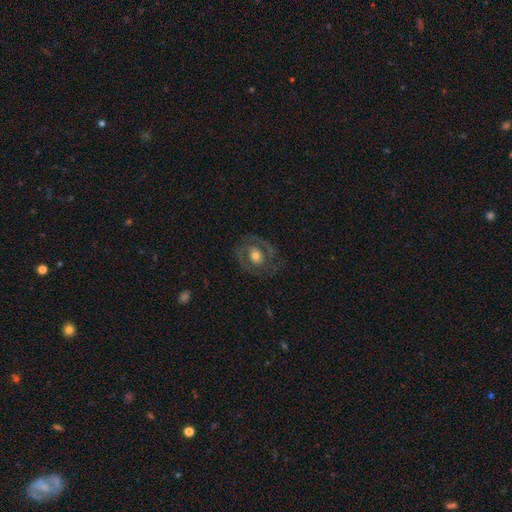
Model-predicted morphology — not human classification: Smooth or featured: featured or disk — 68% (smooth — 26%)
Edge-on disk: no — 96% (yes — 4%)
Bar: no — 65% (weak — 26%)
Spiral arms: yes — 65% (no — 35%)
Bulge size: moderate — 66% (small — 18%)
Merging: none — 71% (minor disturbance — 15%)